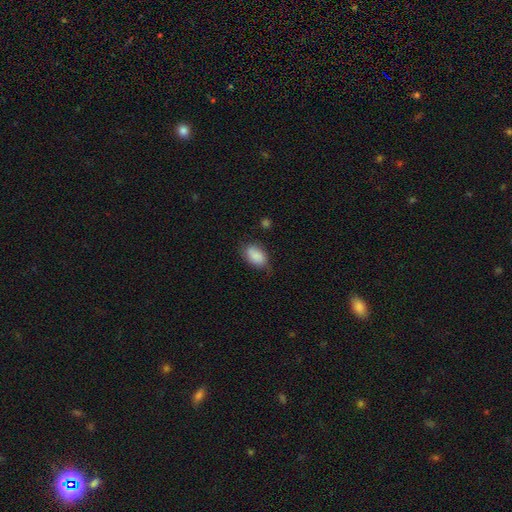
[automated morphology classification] type=smooth (85%); roundness=in between (90%); merging=none (63%).